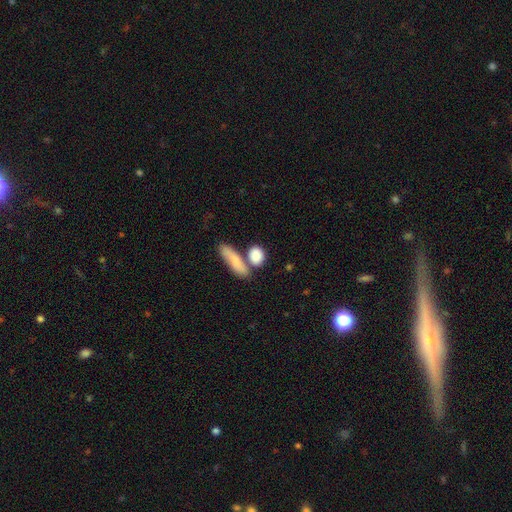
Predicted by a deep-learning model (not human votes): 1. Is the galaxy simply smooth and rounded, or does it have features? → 85% smooth, 9% featured or disk, 6% star or artifact.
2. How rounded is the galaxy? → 51% in between, 34% round, 15% cigar-shaped.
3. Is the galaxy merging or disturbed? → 54% none, 28% merger, 12% minor disturbance, 5% major disturbance.